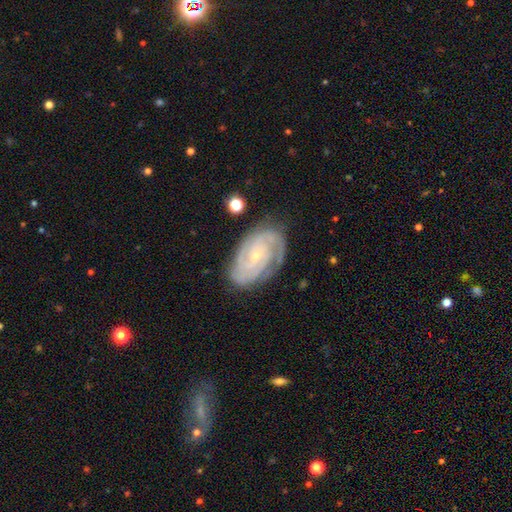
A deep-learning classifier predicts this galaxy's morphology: Smooth or featured: featured or disk — 87% (smooth — 7%)
Edge-on disk: no — 97% (yes — 3%)
Bar: no — 62% (weak — 30%)
Spiral arms: yes — 97% (no — 3%)
Spiral winding: tight — 70% (medium — 26%)
Spiral arm count: 2 — 34% (3 — 27%)
Bulge size: small — 78% (moderate — 19%)
Merging: none — 77% (minor disturbance — 17%)